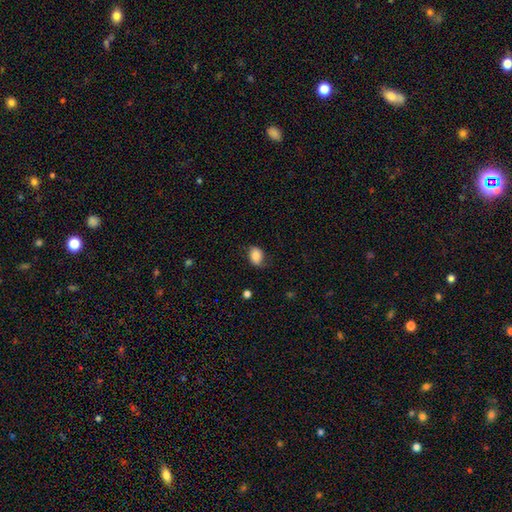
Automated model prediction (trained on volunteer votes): smooth-or-featured: smooth: 81% | featured or disk: 11% | star or artifact: 8%
  how-rounded: in between: 71% | round: 28% | cigar-shaped: 1%
  merging: none: 70% | minor disturbance: 23% | major disturbance: 6% | merger: 1%